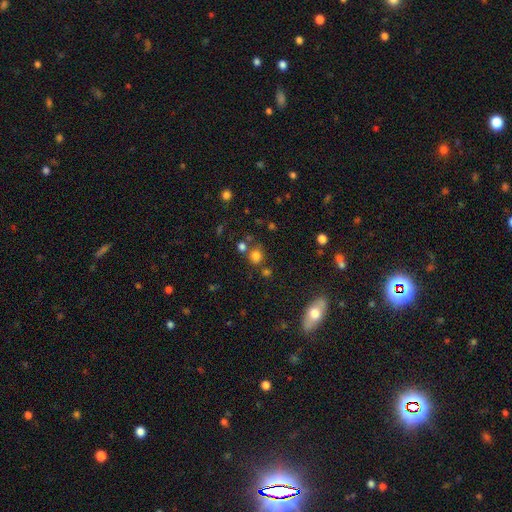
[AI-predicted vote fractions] Smooth or featured? smooth (75%)
How rounded? round (79%)
Merging? none (69%)